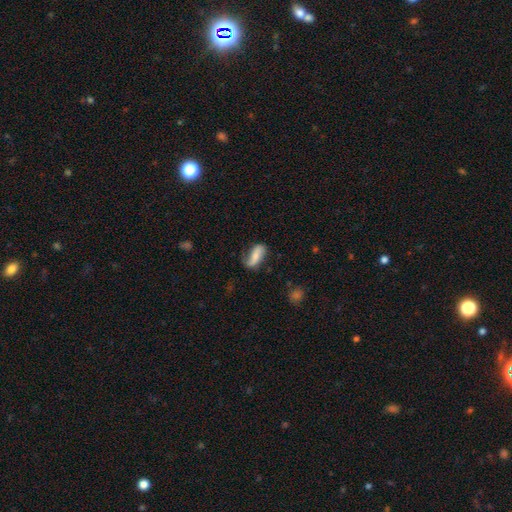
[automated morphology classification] Smooth or featured: smooth — 58% (featured or disk — 34%)
How rounded: in between — 80% (cigar-shaped — 17%)
Merging: none — 53% (minor disturbance — 29%)